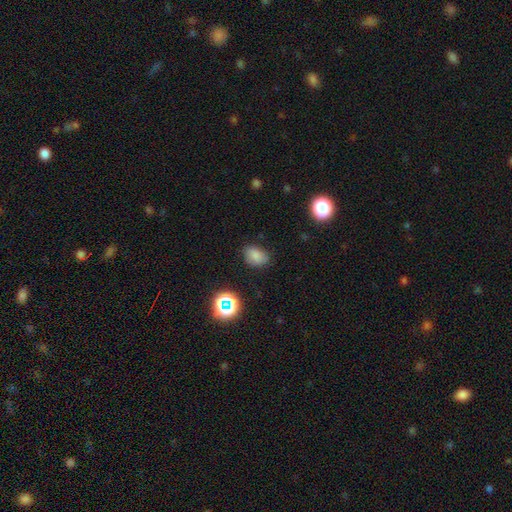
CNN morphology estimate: Smooth or featured? smooth (79%)
How rounded? in between (75%)
Merging? none (77%)